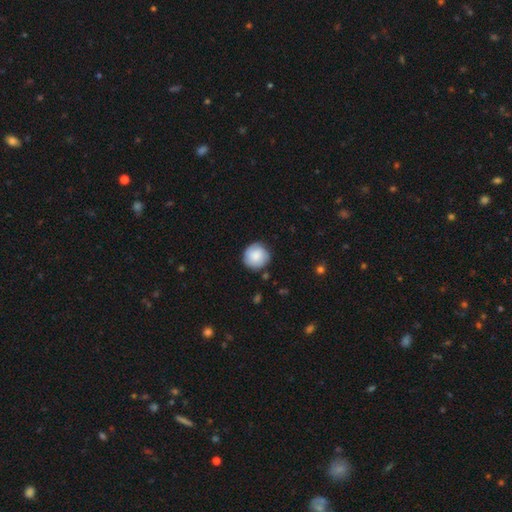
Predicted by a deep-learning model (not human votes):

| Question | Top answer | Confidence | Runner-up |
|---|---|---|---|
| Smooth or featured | smooth | 82% | featured or disk (12%) |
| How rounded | round | 94% | in between (5%) |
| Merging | none | 83% | minor disturbance (13%) |